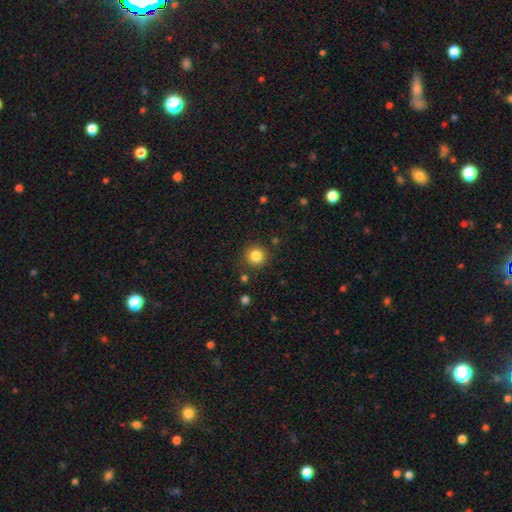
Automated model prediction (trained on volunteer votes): smooth_or_featured: smooth (p=0.84) [alt: star or artifact p=0.11]
how_rounded: round (p=0.92) [alt: in between p=0.07]
merging: none (p=0.86) [alt: minor disturbance p=0.08]